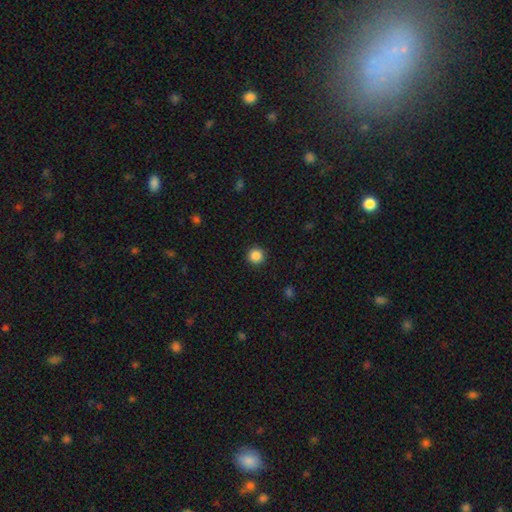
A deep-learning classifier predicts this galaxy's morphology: Smooth or featured? Predicted: smooth (p=0.87). How rounded? Predicted: round (p=0.95). Merging? Predicted: none (p=0.92).